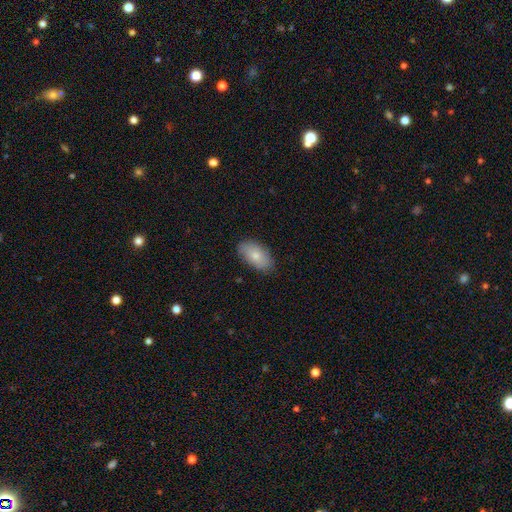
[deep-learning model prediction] Q: Smooth or featured?
A: smooth (77%); runner-up: featured or disk (17%)
Q: How rounded?
A: in between (94%); runner-up: round (4%)
Q: Merging?
A: none (84%); runner-up: minor disturbance (13%)